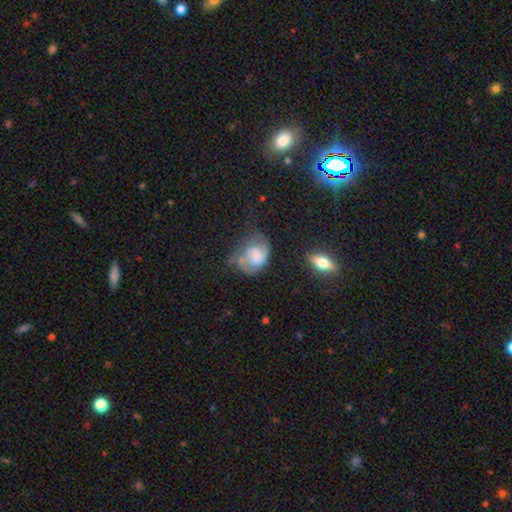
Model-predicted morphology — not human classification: This is possibly a featured or disk galaxy (46%). Merging: marginally none (31%, tied with major disturbance).